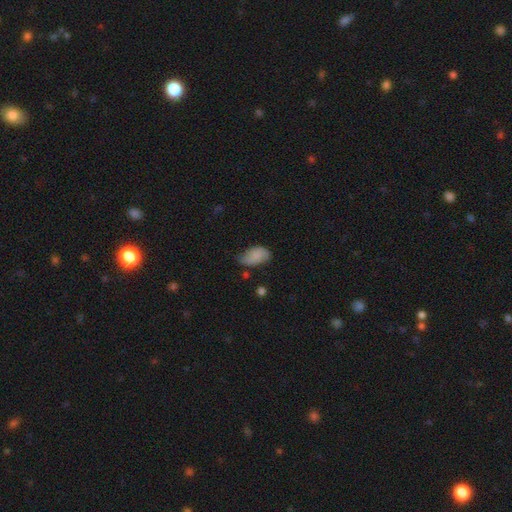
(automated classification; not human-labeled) This is likely a smooth galaxy (79%). How rounded: clearly in between (93%). Merging: possibly none (46%).